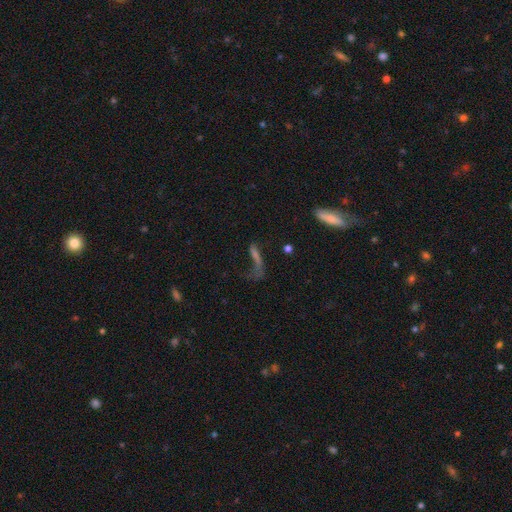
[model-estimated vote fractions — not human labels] Smooth or featured? Predicted: smooth (p=0.43). Merging? Predicted: major disturbance (p=0.41).